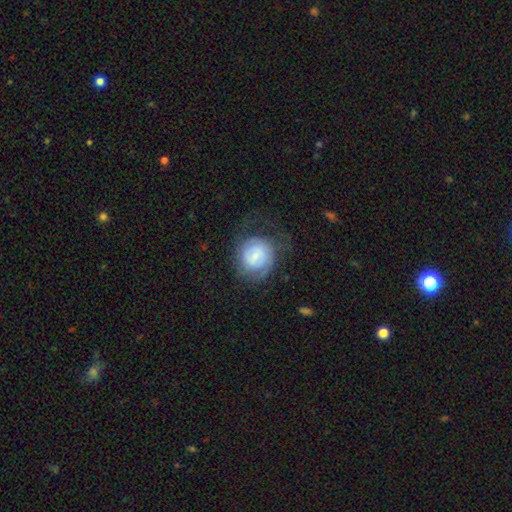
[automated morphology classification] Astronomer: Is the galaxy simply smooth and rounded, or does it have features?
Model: smooth — 47% (runner-up: featured or disk, 45%).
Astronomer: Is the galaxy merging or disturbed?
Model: none — 55%.